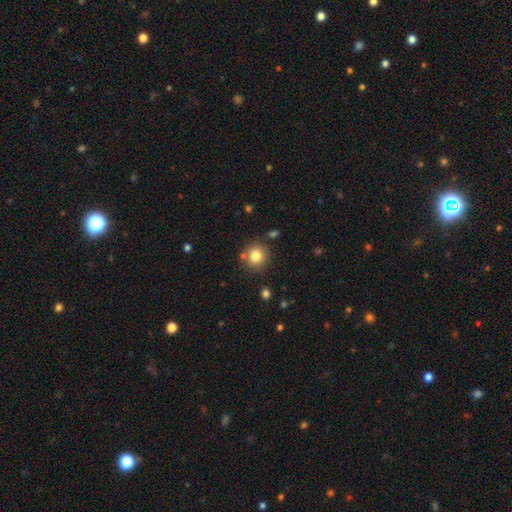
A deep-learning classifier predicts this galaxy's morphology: smooth_or_featured: smooth (p=0.82) [alt: star or artifact p=0.11]
how_rounded: round (p=0.89) [alt: in between p=0.10]
merging: none (p=0.81) [alt: minor disturbance p=0.09]